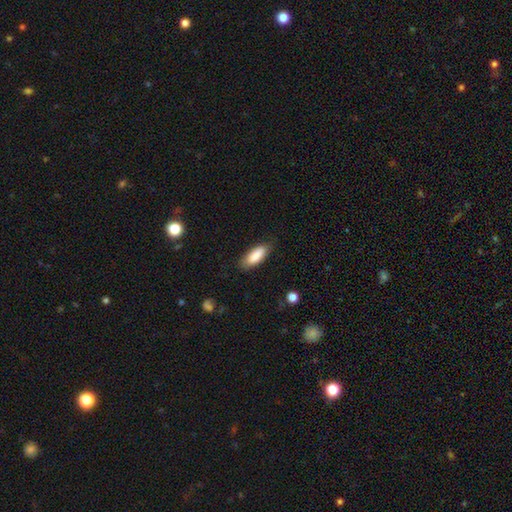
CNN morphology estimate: Q: Smooth or featured?
A: smooth (87%); runner-up: featured or disk (7%)
Q: How rounded?
A: in between (75%); runner-up: cigar-shaped (24%)
Q: Merging?
A: none (82%); runner-up: minor disturbance (14%)